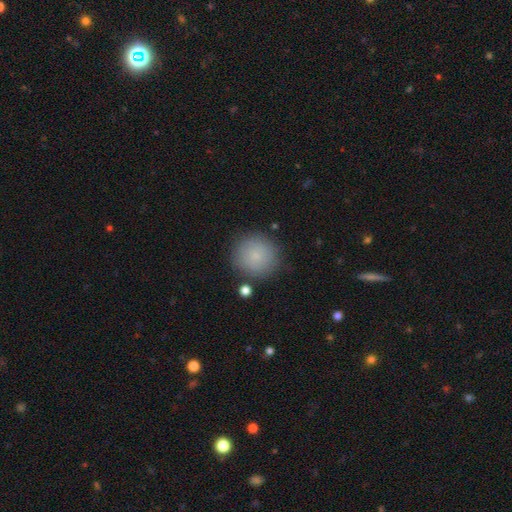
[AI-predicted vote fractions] This is clearly a smooth galaxy (83%). How rounded: clearly round (94%). Merging: clearly none (86%).